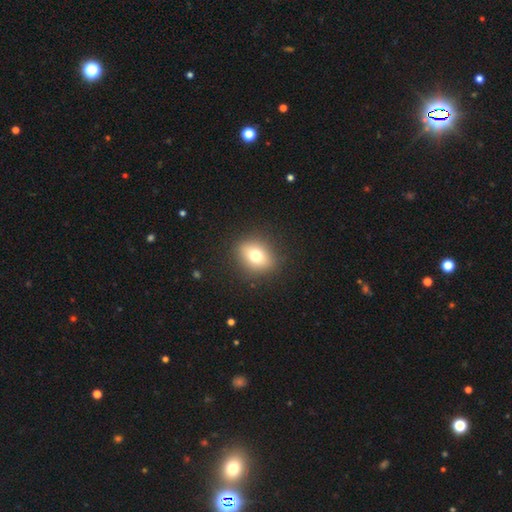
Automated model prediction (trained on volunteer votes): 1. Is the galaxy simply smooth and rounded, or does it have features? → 73% smooth, 15% featured or disk, 12% star or artifact.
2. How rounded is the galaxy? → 53% round, 45% in between, 2% cigar-shaped.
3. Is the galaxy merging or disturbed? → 88% none, 8% minor disturbance, 3% major disturbance, 1% merger.